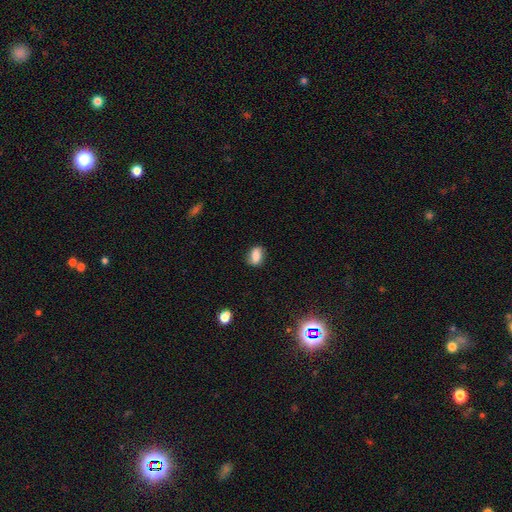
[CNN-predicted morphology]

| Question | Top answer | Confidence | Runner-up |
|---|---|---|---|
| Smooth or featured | smooth | 78% | featured or disk (13%) |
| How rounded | in between | 74% | round (23%) |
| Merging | none | 80% | minor disturbance (15%) |